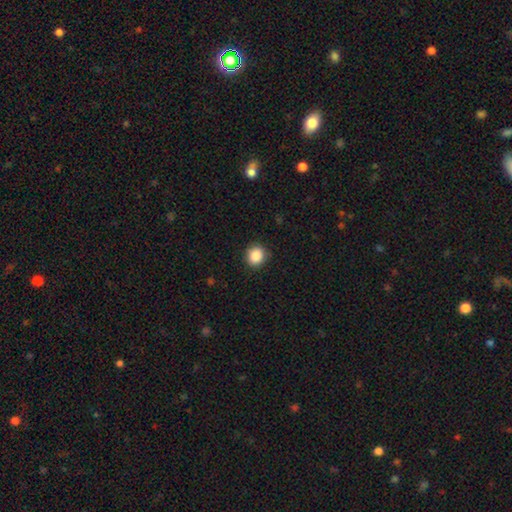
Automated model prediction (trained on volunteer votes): This is clearly a smooth galaxy (88%). How rounded: clearly round (85%). Merging: clearly none (89%).